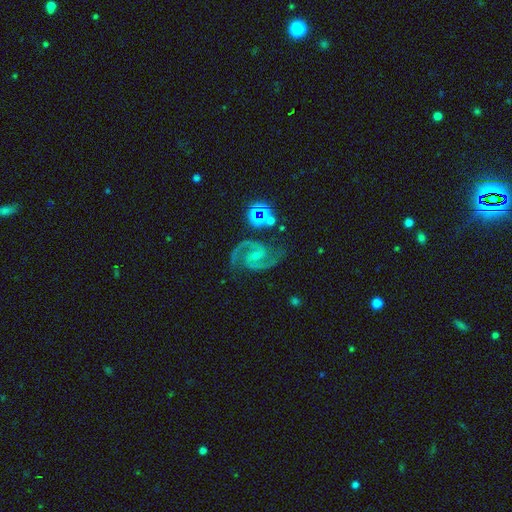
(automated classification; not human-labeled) The model was most divided on "bar": weak: 47%, no: 36%, strong: 17%. More confident: spiral arms — yes (98%); edge-on disk — no (98%); spiral arm count — 2 (93%); smooth or featured — featured or disk (91%); merging — none (76%); spiral winding — medium (68%); bulge size — small (64%).